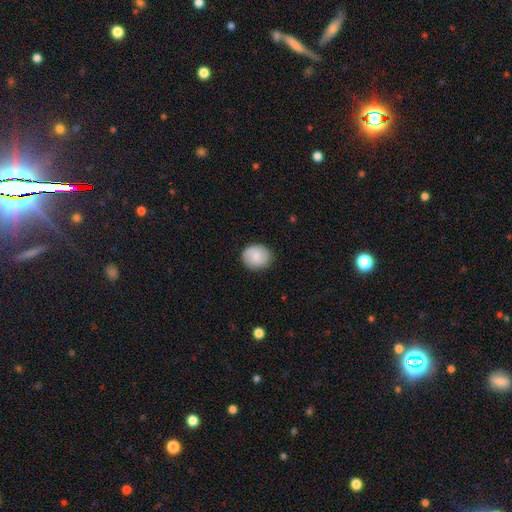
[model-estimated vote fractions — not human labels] The model was most divided on "how rounded": round: 75%, in between: 24%, cigar-shaped: 1%. More confident: merging — none (86%); smooth or featured — smooth (74%).